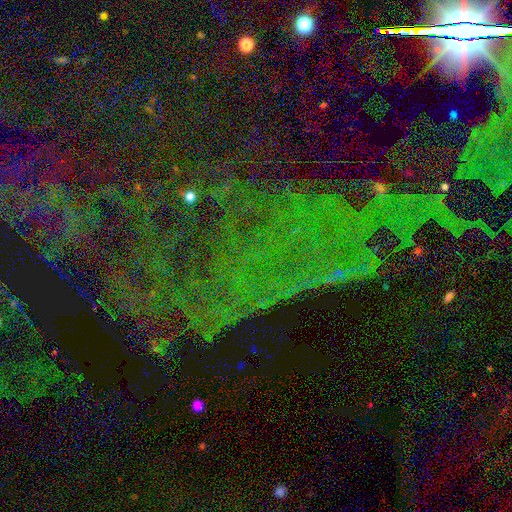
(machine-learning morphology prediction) Smooth or featured?
  - star or artifact: 79% *
  - featured or disk: 11%
  - smooth: 10%